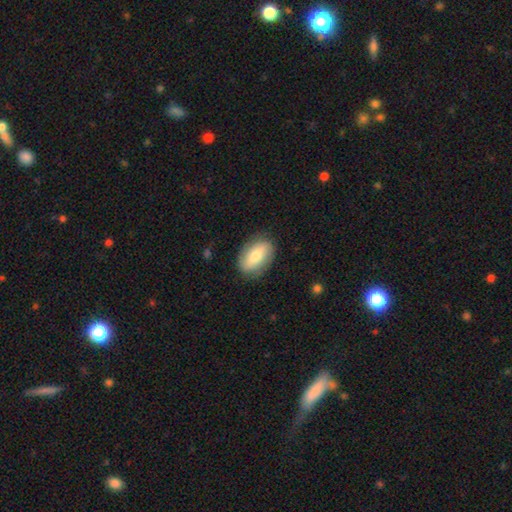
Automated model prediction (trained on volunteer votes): smooth-or-featured: smooth: 65% | featured or disk: 29% | star or artifact: 6%
  how-rounded: in between: 88% | round: 9% | cigar-shaped: 2%
  merging: none: 82% | minor disturbance: 13% | major disturbance: 4% | merger: 1%